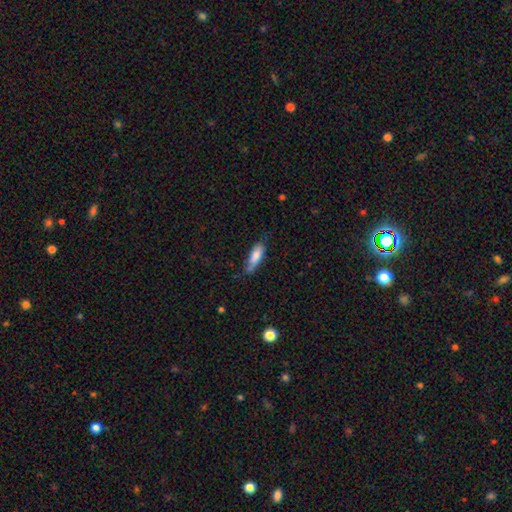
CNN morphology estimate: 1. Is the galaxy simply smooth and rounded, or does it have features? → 77% smooth, 16% featured or disk, 7% star or artifact.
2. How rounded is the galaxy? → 57% in between, 41% cigar-shaped, 2% round.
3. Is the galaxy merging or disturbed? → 57% none, 31% minor disturbance, 8% major disturbance, 4% merger.